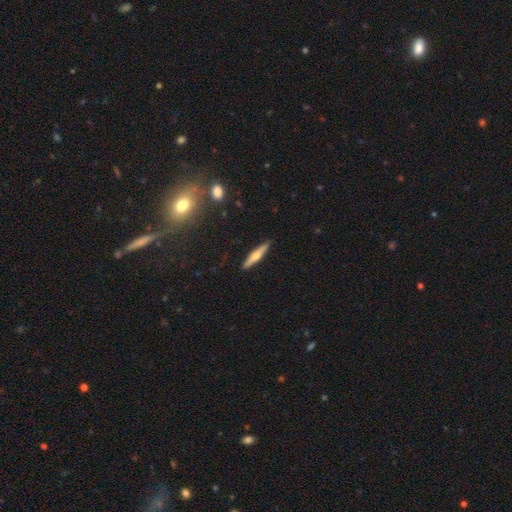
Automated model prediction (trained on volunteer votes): This appears to be a featured or disk galaxy (52%) viewed edge-on (95%). Merging: none (90%).